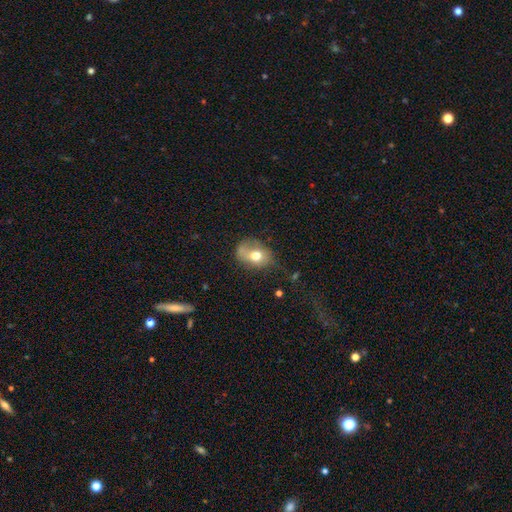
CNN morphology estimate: A smooth galaxy with no disk features (67%) that is in between round and cigar-shaped (67%).

Vote fractions:
- Smooth or featured? smooth: 67% / featured or disk: 24% / star or artifact: 9%
- How rounded? in between: 67% / round: 32% / cigar-shaped: 1%
- Merging? none: 41% / minor disturbance: 33% / major disturbance: 21% / merger: 5%